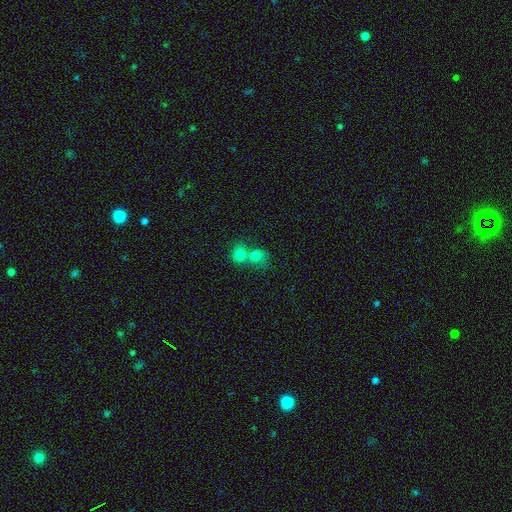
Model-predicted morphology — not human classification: Smooth or featured? smooth (77%)
How rounded? round (74%)
Merging? merger (62%)